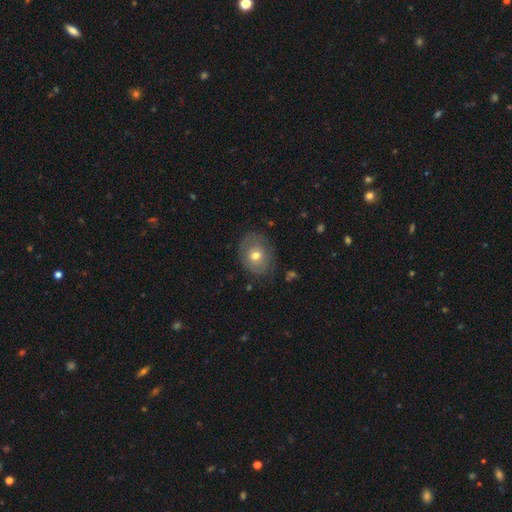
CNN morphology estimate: This is possibly a smooth galaxy (57%). How rounded: possibly in between (54%). Merging: likely none (72%).